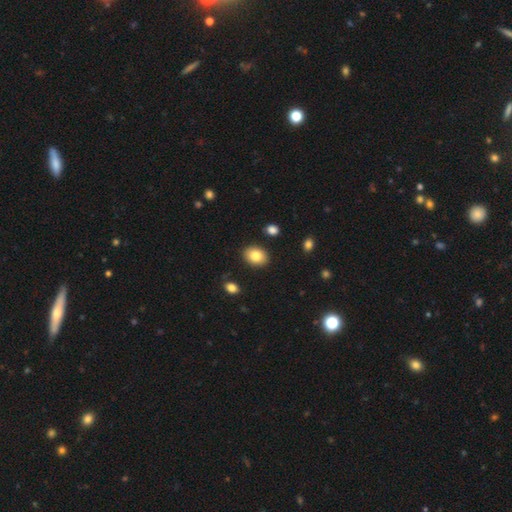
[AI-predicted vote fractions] Smooth or featured? smooth (84%)
How rounded? in between (68%)
Merging? none (89%)